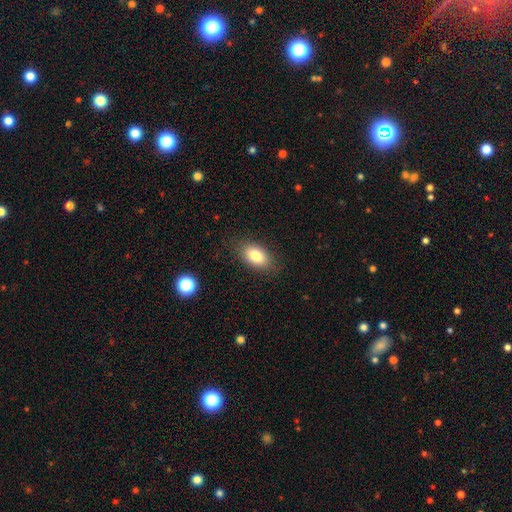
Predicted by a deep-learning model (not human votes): smooth 81%, featured or disk 10%, star or artifact 8%. Down the decision tree: how rounded — in between (89%); merging — none (83%).